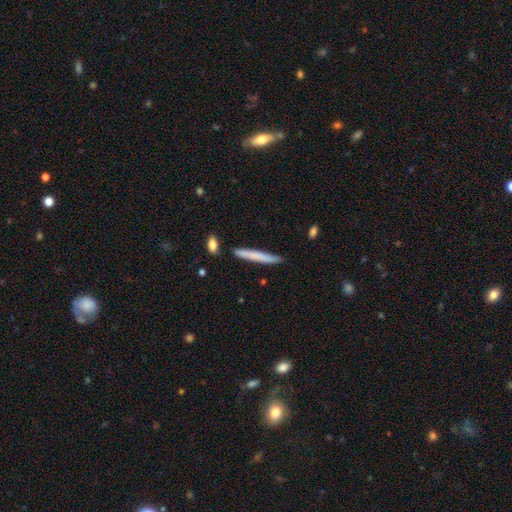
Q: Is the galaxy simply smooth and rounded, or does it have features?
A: smooth — 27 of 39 (69%).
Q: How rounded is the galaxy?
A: cigar-shaped — 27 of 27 (100%).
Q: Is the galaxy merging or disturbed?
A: none — 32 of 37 (86%).